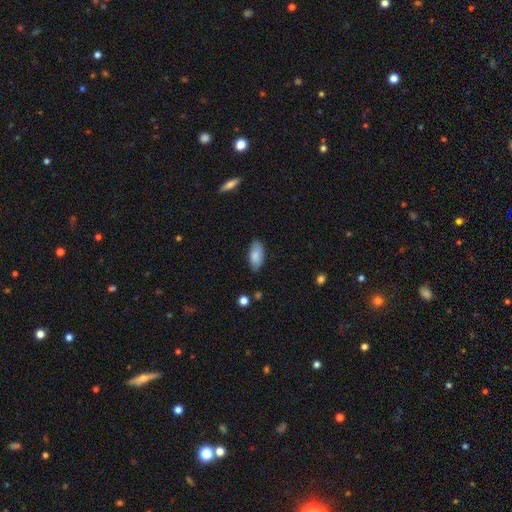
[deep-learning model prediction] A smooth galaxy with no disk features (83%) that is in between round and cigar-shaped (92%).

Vote fractions:
- Smooth or featured? smooth: 83% / featured or disk: 10% / star or artifact: 6%
- How rounded? in between: 92% / cigar-shaped: 6% / round: 2%
- Merging? none: 81% / minor disturbance: 15% / major disturbance: 3% / merger: 1%